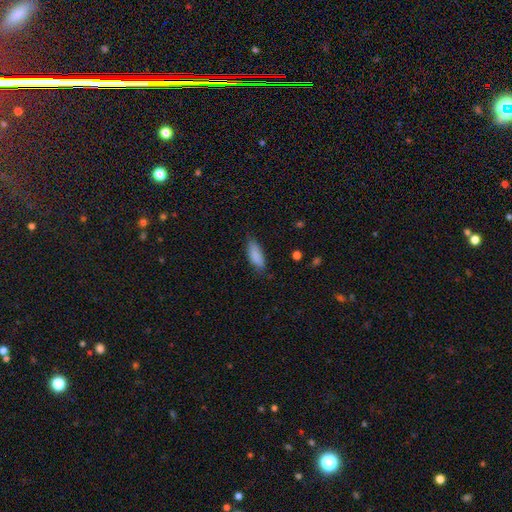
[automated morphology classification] The model was most divided on "merging": none: 72%, minor disturbance: 23%, major disturbance: 4%, merger: 1%. More confident: smooth or featured — smooth (87%); how rounded — in between (74%).